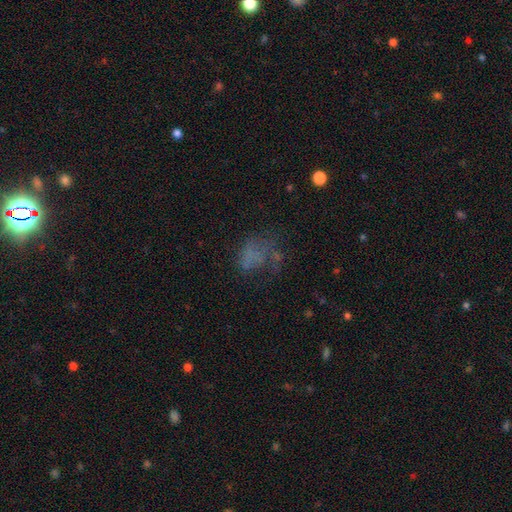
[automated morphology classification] Overall: smooth (41%; featured or disk 33%). Merging: none (39%; major disturbance 37%).